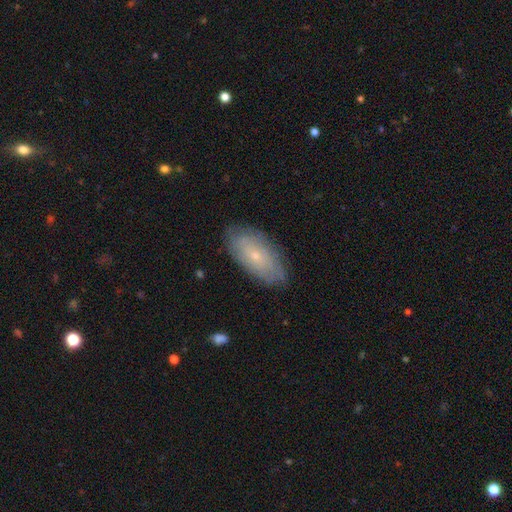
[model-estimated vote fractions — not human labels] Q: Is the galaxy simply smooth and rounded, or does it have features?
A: smooth — 49%.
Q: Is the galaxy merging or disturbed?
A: none — 81%.